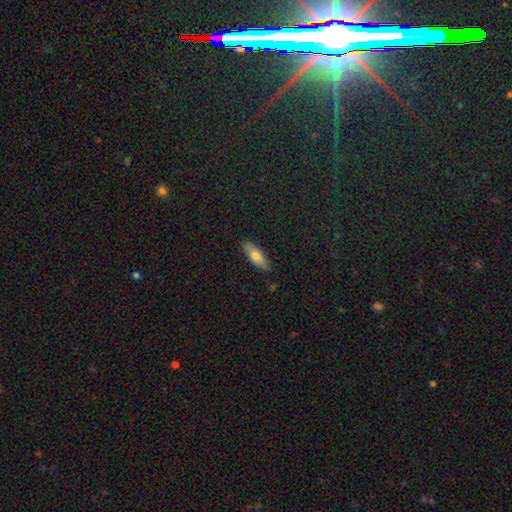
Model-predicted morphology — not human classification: Overall: smooth (74%). How rounded: in between (66%; cigar-shaped 32%). Merging: none (87%).